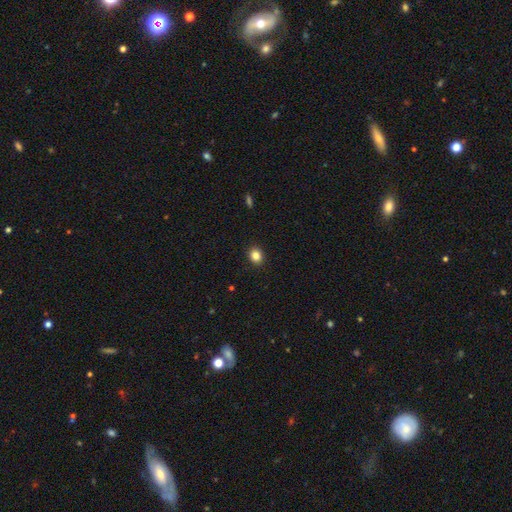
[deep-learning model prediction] A smooth galaxy with no disk features (84%) that is round (68%). Merging: none (91%).